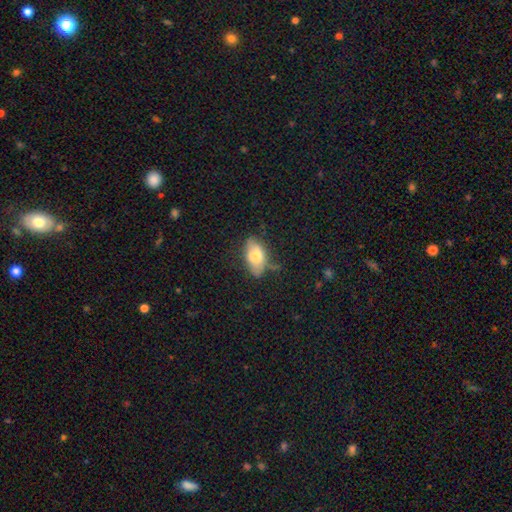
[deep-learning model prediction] Smooth or featured? smooth (70%)
How rounded? in between (90%)
Merging? none (58%)